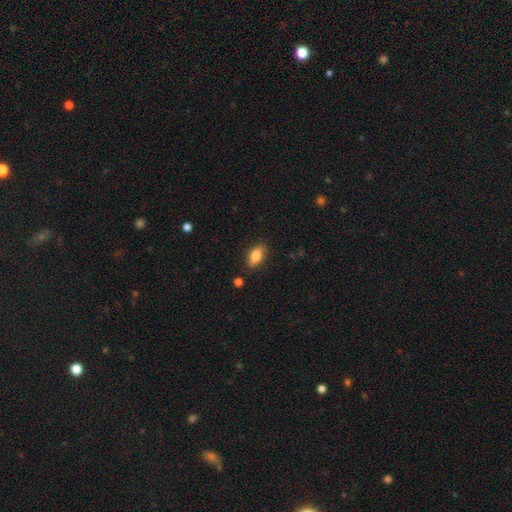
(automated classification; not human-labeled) A smooth galaxy with no disk features (80%) that is in between round and cigar-shaped (86%).

Vote fractions:
- Smooth or featured? smooth: 80% / featured or disk: 12% / star or artifact: 8%
- How rounded? in between: 86% / cigar-shaped: 10% / round: 5%
- Merging? none: 84% / minor disturbance: 12% / major disturbance: 2% / merger: 2%